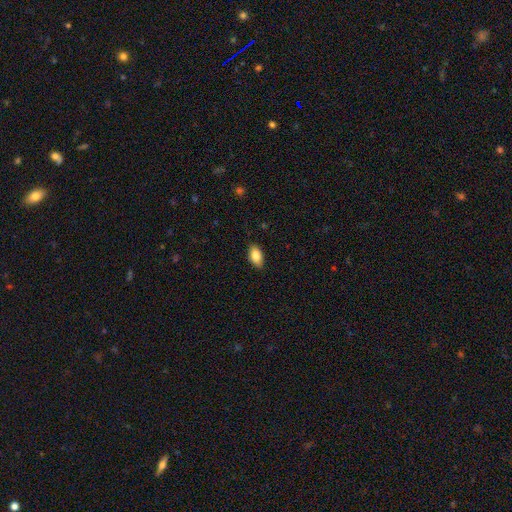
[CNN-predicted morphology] Q: Smooth or featured?
A: smooth (85%); runner-up: featured or disk (8%)
Q: How rounded?
A: in between (92%); runner-up: round (5%)
Q: Merging?
A: none (87%); runner-up: minor disturbance (10%)